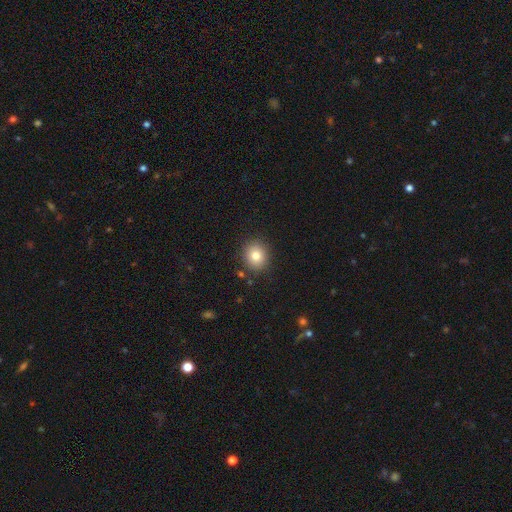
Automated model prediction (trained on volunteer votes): smooth 81%, star or artifact 11%, featured or disk 9%. Down the decision tree: how rounded — round (79%); merging — none (88%).